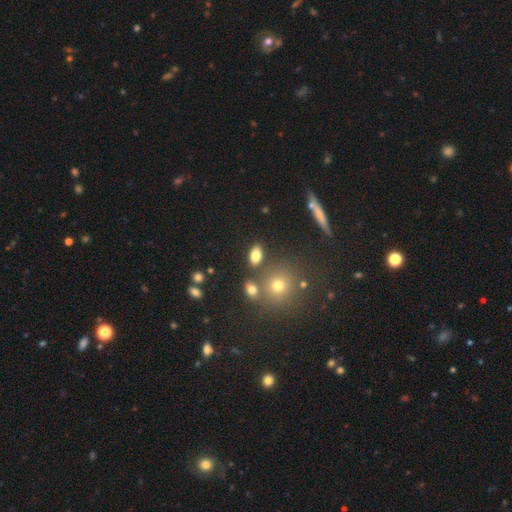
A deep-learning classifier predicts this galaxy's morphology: smooth-or-featured: smooth: 79% | star or artifact: 11% | featured or disk: 10%
  how-rounded: in between: 86% | round: 11% | cigar-shaped: 4%
  merging: none: 77% | minor disturbance: 11% | merger: 8% | major disturbance: 4%